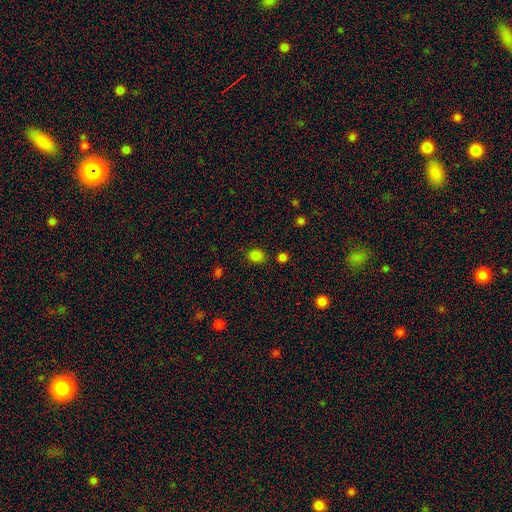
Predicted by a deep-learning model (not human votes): A smooth galaxy with no disk features (82%) that is round (67%).

Vote fractions:
- Smooth or featured? smooth: 82% / star or artifact: 15% / featured or disk: 3%
- How rounded? round: 67% / in between: 33% / cigar-shaped: 1%
- Merging? none: 83% / minor disturbance: 10% / merger: 4% / major disturbance: 3%